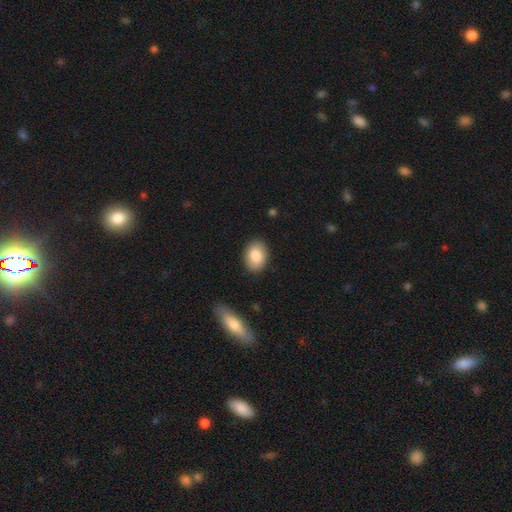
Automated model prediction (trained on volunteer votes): smooth 84%, featured or disk 9%, star or artifact 7%. Down the decision tree: how rounded — in between (77%); merging — none (85%).